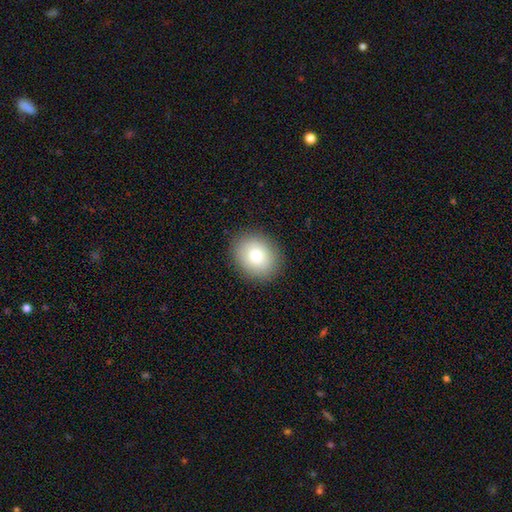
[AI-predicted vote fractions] Smooth or featured: smooth — 78% (featured or disk — 12%)
How rounded: round — 59% (in between — 40%)
Merging: none — 89% (minor disturbance — 7%)